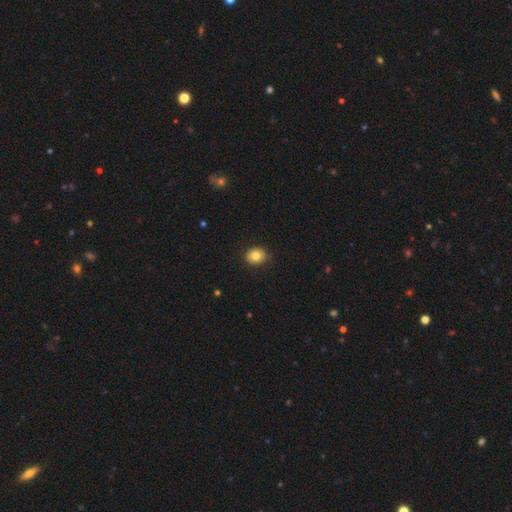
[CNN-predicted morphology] Q: Smooth or featured?
A: smooth (82%); runner-up: star or artifact (9%)
Q: How rounded?
A: round (62%); runner-up: in between (37%)
Q: Merging?
A: none (87%); runner-up: minor disturbance (10%)